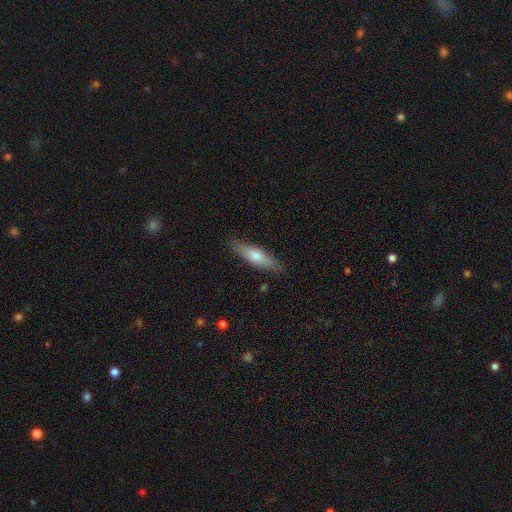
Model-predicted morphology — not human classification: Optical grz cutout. It shows a smooth galaxy with no disk features (62%) that is cigar-shaped (68%). Merging: none (88%).